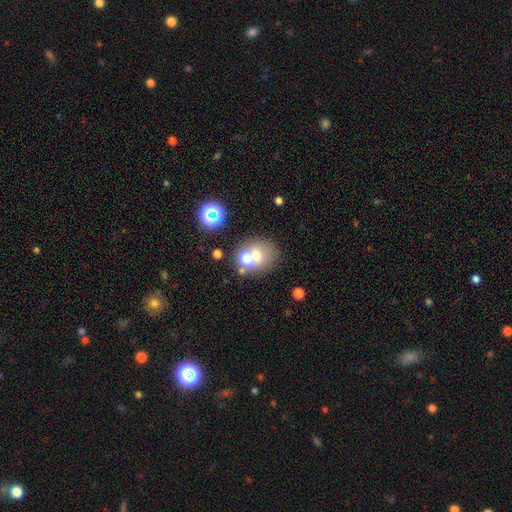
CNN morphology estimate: Q: Smooth or featured?
A: smooth (62%); runner-up: featured or disk (21%)
Q: How rounded?
A: round (73%); runner-up: in between (26%)
Q: Merging?
A: none (52%); runner-up: merger (34%)